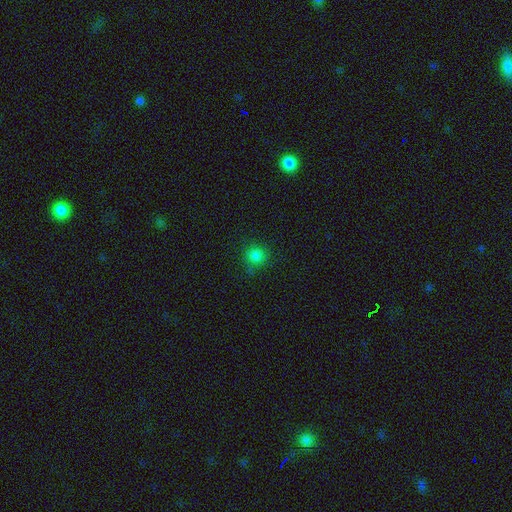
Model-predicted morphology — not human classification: type=smooth (82%); roundness=round (92%); merging=none (81%).